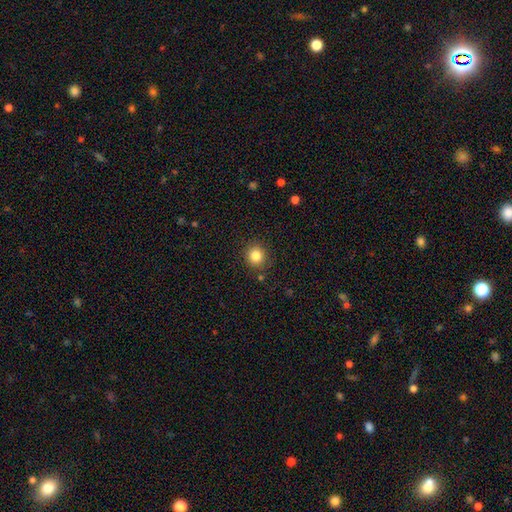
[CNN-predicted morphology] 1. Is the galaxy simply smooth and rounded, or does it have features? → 83% smooth, 11% star or artifact, 5% featured or disk.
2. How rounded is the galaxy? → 87% round, 12% in between, 1% cigar-shaped.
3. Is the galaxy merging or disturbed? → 88% none, 7% minor disturbance, 3% major disturbance, 2% merger.